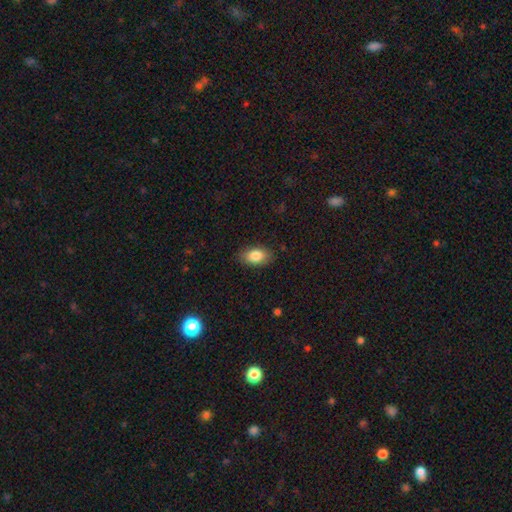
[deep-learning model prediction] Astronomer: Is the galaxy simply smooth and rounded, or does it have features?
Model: smooth — 85%.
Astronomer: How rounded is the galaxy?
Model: in between — 91%.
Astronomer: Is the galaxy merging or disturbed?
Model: none — 85%.